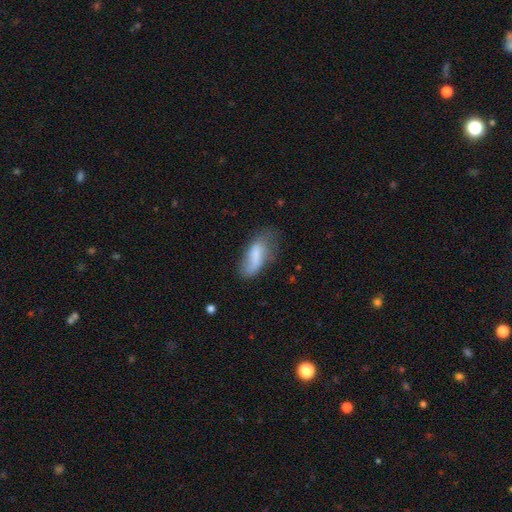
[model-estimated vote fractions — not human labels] A smooth galaxy with no disk features (68%) that is in between round and cigar-shaped (82%).

Vote fractions:
- Smooth or featured? smooth: 68% / featured or disk: 25% / star or artifact: 8%
- How rounded? in between: 82% / cigar-shaped: 15% / round: 2%
- Merging? none: 40% / minor disturbance: 35% / major disturbance: 22% / merger: 3%